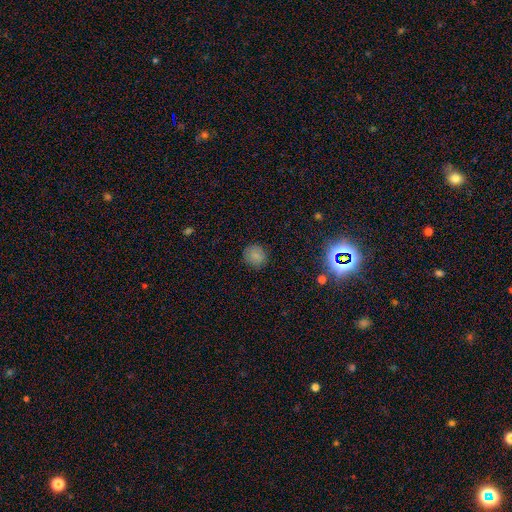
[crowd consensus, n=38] A smooth galaxy with no disk features (82%) that is round (81%).

Vote fractions:
- Smooth or featured? smooth: 82% / featured or disk: 11% / star or artifact: 8%
- How rounded? round: 81% / in between: 19% / cigar-shaped: 0%
- Merging? none: 83% / minor disturbance: 14% / major disturbance: 3% / merger: 0%